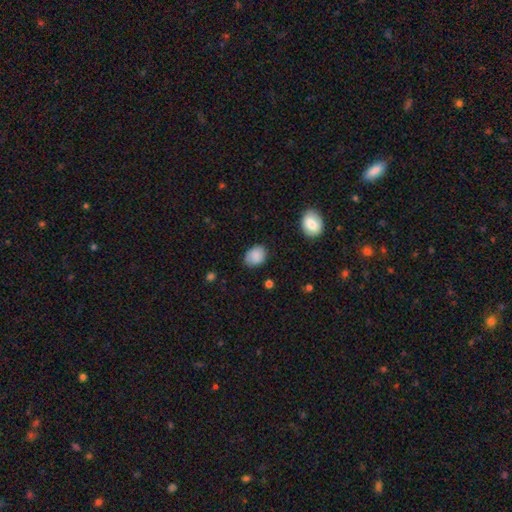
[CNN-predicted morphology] The model was most divided on "how rounded": in between: 63%, round: 36%, cigar-shaped: 1%. More confident: smooth or featured — smooth (86%); merging — none (76%).